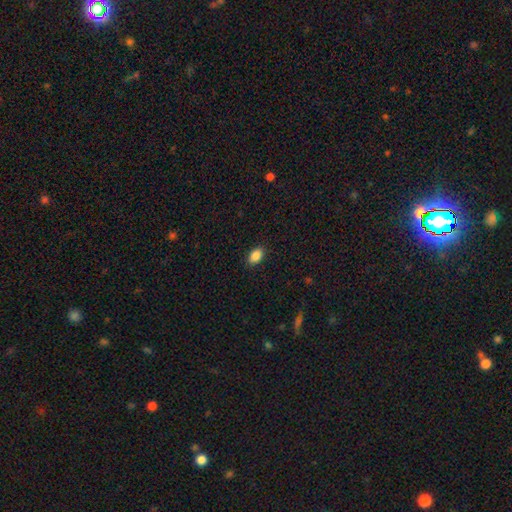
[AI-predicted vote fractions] Morphology: type=smooth (87%); roundness=in between (86%); merging=none (89%).